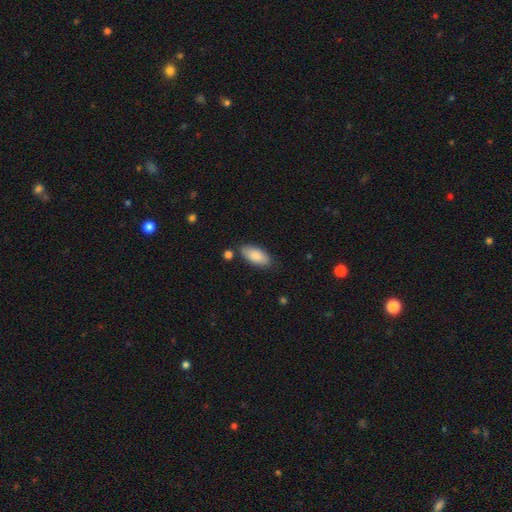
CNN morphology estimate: Overall: smooth (87%). How rounded: in between (89%). Merging: none (80%).